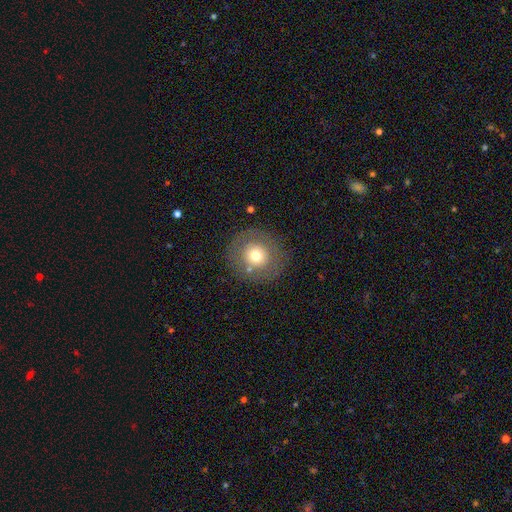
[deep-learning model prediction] The model was most divided on "smooth or featured": smooth: 65%, featured or disk: 23%, star or artifact: 12%. More confident: how rounded — round (92%); merging — none (84%).